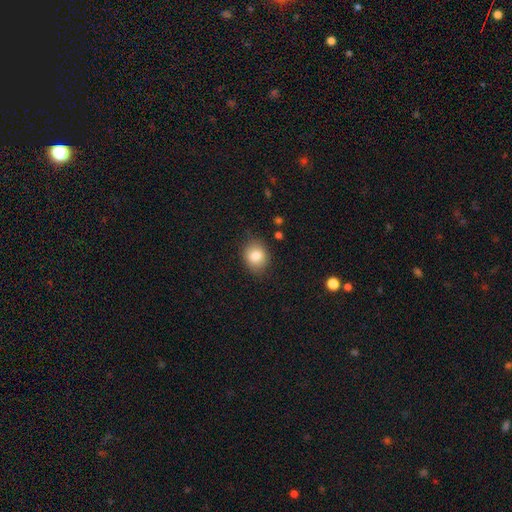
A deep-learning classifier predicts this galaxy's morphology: type=smooth (82%); roundness=round (62%); merging=none (80%).